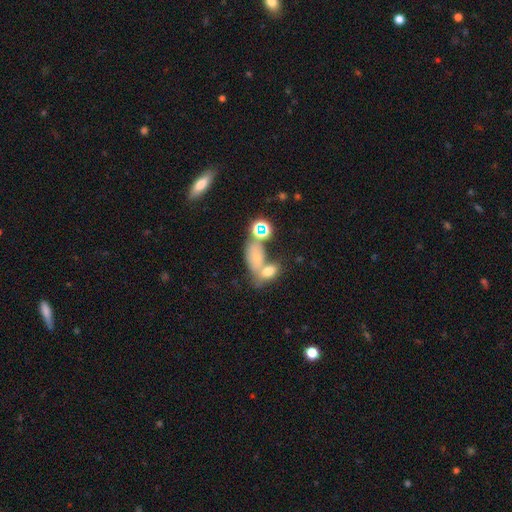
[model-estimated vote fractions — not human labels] smooth-or-featured: smooth: 62% | featured or disk: 21% | star or artifact: 17%
  how-rounded: in between: 84% | round: 11% | cigar-shaped: 5%
  merging: merger: 52% | none: 30% | minor disturbance: 11% | major disturbance: 7%